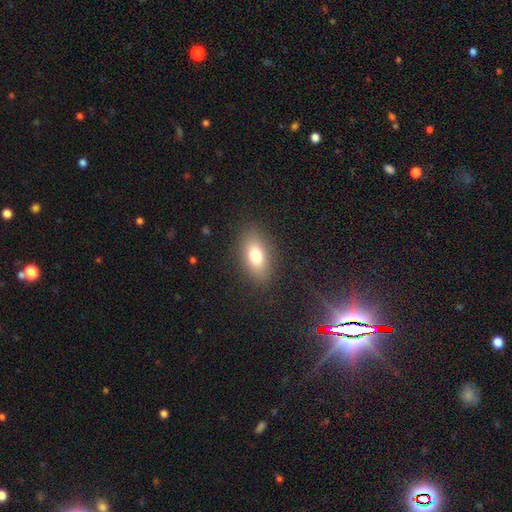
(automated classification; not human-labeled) smooth_or_featured: smooth (p=0.76) [alt: featured or disk p=0.15]
how_rounded: in between (p=0.86) [alt: cigar-shaped p=0.07]
merging: none (p=0.86) [alt: minor disturbance p=0.09]